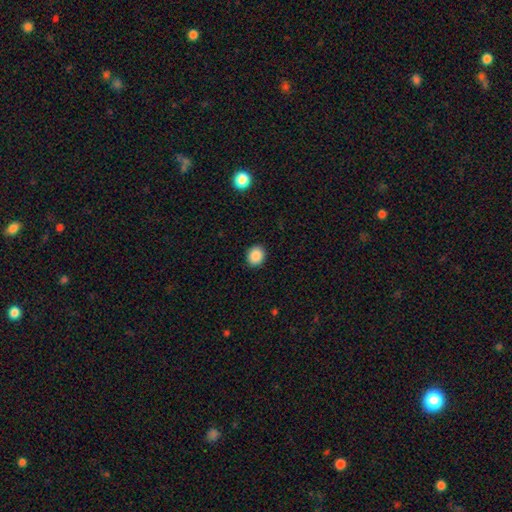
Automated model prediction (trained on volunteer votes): smooth_or_featured: smooth (p=0.88) [alt: star or artifact p=0.09]
how_rounded: round (p=0.63) [alt: in between p=0.37]
merging: none (p=0.91) [alt: minor disturbance p=0.07]